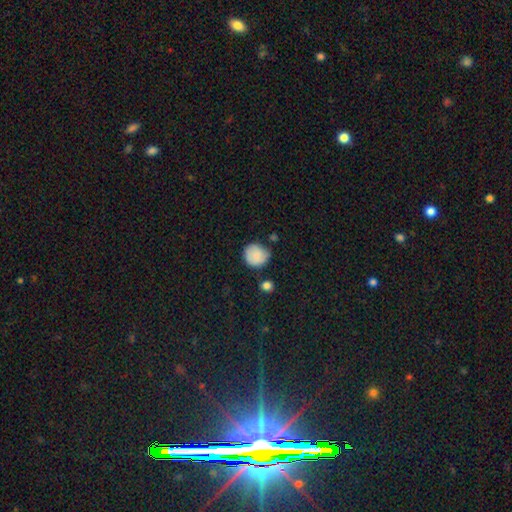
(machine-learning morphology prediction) Q: Smooth or featured?
A: smooth (83%); runner-up: featured or disk (10%)
Q: How rounded?
A: round (86%); runner-up: in between (13%)
Q: Merging?
A: none (62%); runner-up: minor disturbance (27%)